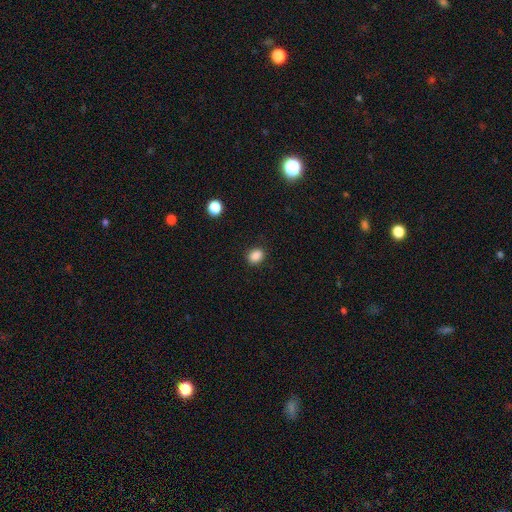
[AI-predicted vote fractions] Morphology: type=smooth (87%); roundness=in between (51%); merging=none (88%).